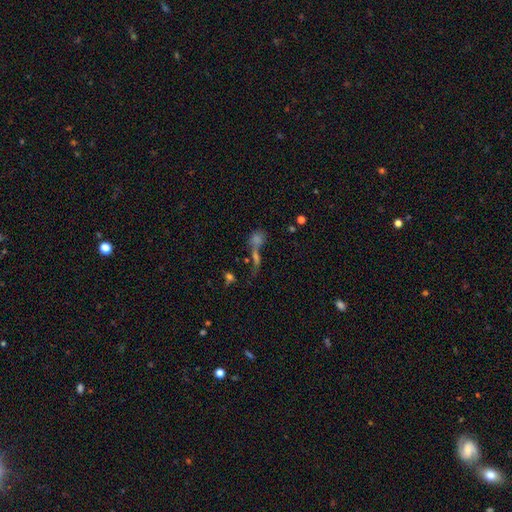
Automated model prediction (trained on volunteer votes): Overall: smooth (45%; star or artifact 34%). Merging: none (41%; merger 39%).